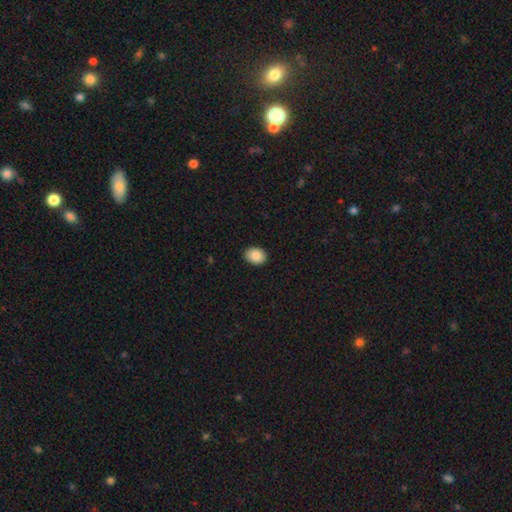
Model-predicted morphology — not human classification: A smooth galaxy with no disk features (90%) that is in between round and cigar-shaped (67%). Merging: none (90%).